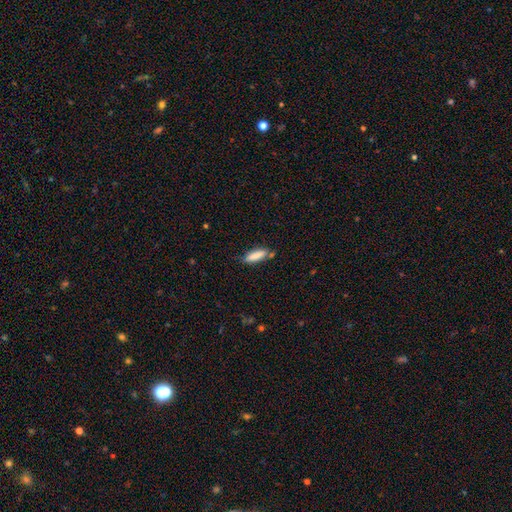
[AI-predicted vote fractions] Smooth or featured? smooth (84%)
How rounded? cigar-shaped (56%)
Merging? none (68%)